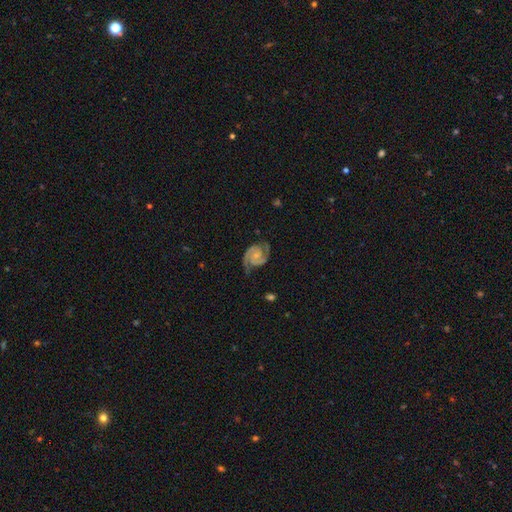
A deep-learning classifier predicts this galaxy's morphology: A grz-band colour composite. It shows a featured or disk galaxy (91%) with no bar (65%), 2 (92%) medium (46%, tied with tight) spiral arms (98%) and a small central bulge (55%). Merging: none (75%).